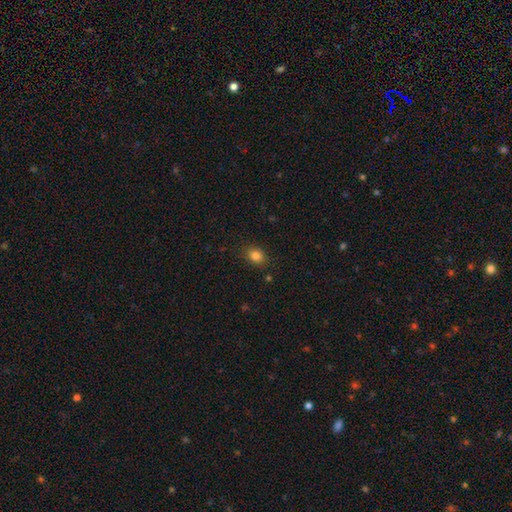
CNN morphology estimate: A smooth galaxy with no disk features (83%) that is round (50%). Merging: none (87%).